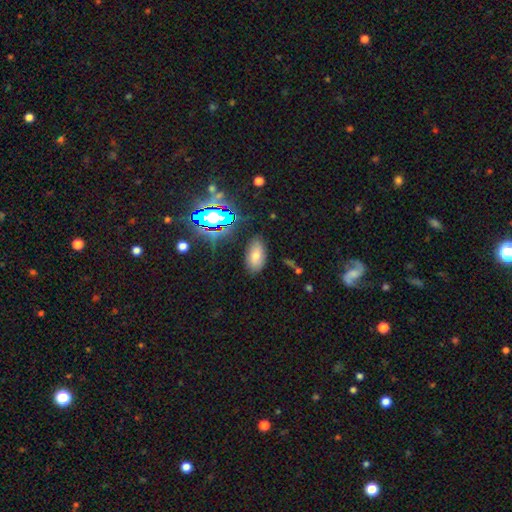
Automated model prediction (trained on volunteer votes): smooth_or_featured: smooth (p=0.59) [alt: star or artifact p=0.26]
how_rounded: in between (p=0.91) [alt: round p=0.05]
merging: none (p=0.83) [alt: minor disturbance p=0.12]